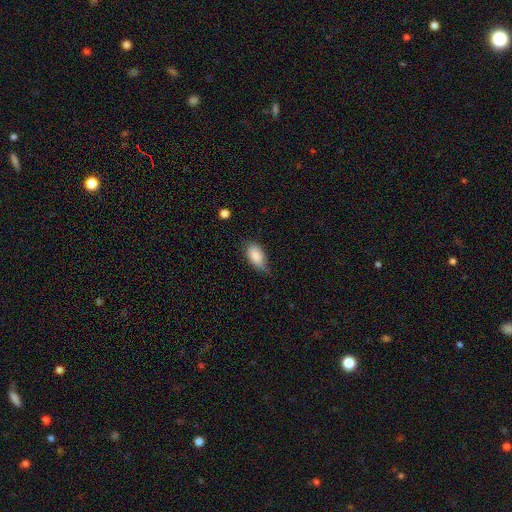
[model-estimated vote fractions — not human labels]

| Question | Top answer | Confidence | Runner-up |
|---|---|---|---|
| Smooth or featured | smooth | 86% | star or artifact (7%) |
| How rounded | in between | 93% | round (4%) |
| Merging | none | 52% | minor disturbance (39%) |